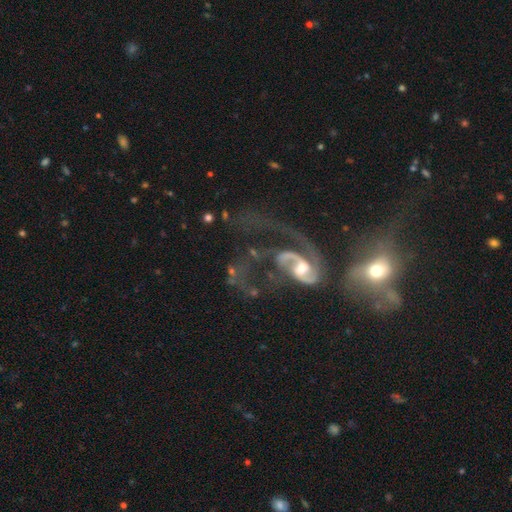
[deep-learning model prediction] Overall: featured or disk (67%). Edge-on disk: no (95%). Bar: no (66%). Spiral arms: yes (63%; no 37%). Bulge size: moderate (46%; small 28%). Merging: merger (57%; major disturbance 25%).